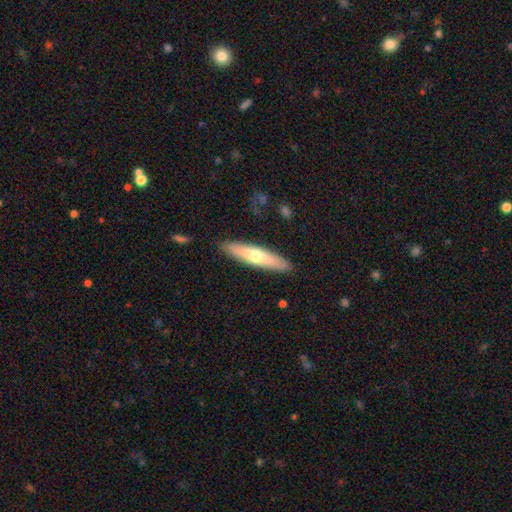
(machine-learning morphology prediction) type=smooth (56%); roundness=cigar-shaped (82%); merging=none (89%).